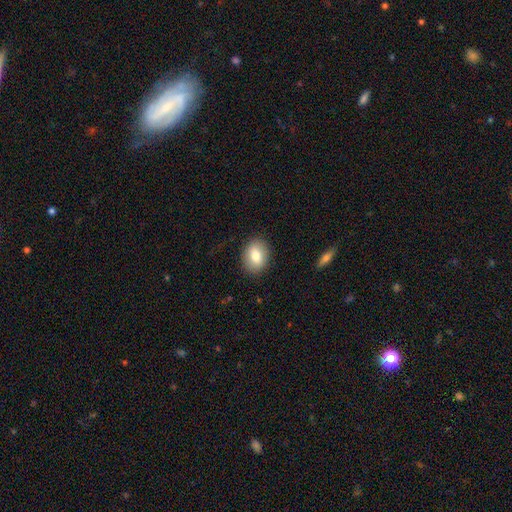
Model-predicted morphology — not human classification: The model was most divided on "how rounded": in between: 65%, round: 34%, cigar-shaped: 1%. More confident: merging — none (88%); smooth or featured — smooth (76%).